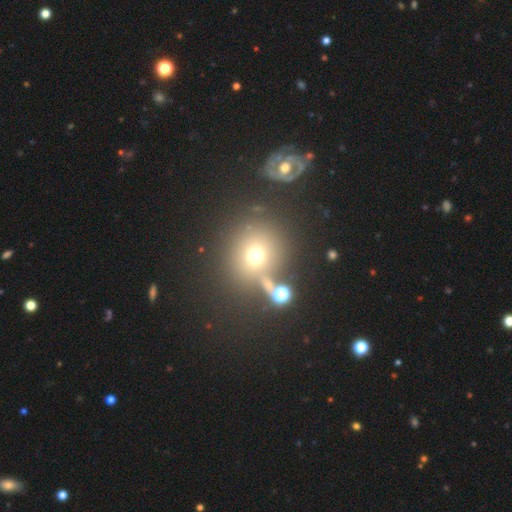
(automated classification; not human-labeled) smooth-or-featured: smooth: 63% | star or artifact: 22% | featured or disk: 15%
  how-rounded: round: 85% | in between: 14% | cigar-shaped: 1%
  merging: none: 67% | merger: 15% | minor disturbance: 12% | major disturbance: 6%